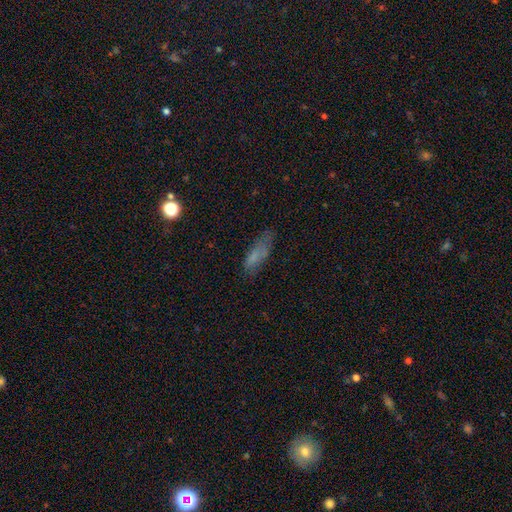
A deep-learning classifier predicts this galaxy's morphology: Overall: smooth (68%). How rounded: in between (51%; cigar-shaped 46%). Merging: none (58%; minor disturbance 27%).